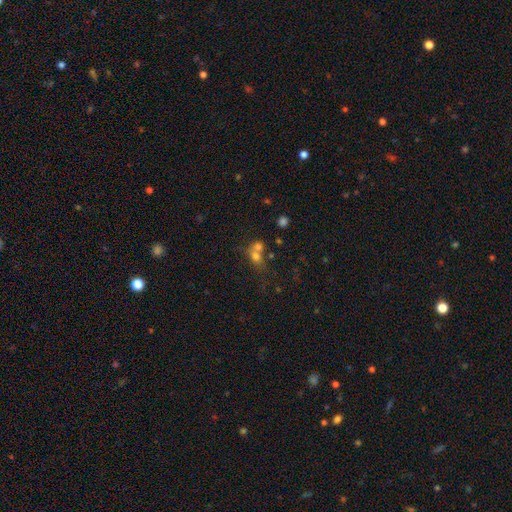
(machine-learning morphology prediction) The model was most divided on "how rounded": round: 63%, in between: 36%, cigar-shaped: 2%. More confident: smooth or featured — smooth (69%); merging — merger (59%).